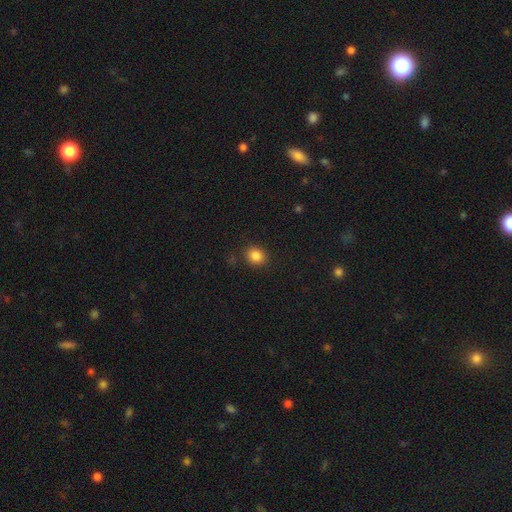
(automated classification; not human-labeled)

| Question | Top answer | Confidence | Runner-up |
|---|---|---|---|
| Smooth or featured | smooth | 84% | star or artifact (11%) |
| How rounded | round | 72% | in between (27%) |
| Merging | none | 86% | minor disturbance (9%) |